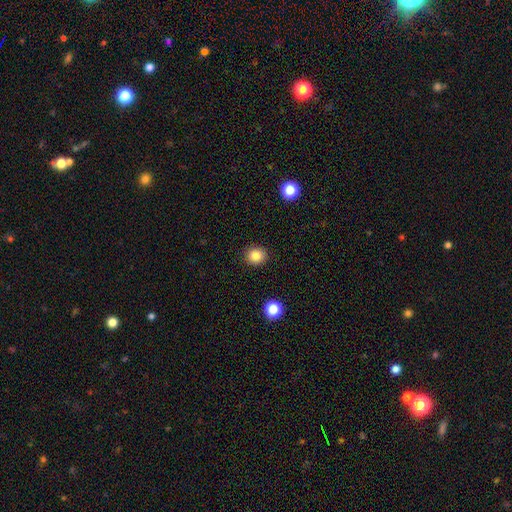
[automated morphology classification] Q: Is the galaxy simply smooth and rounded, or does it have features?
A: smooth — 85%.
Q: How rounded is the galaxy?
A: round — 83%.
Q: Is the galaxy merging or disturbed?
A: none — 91%.